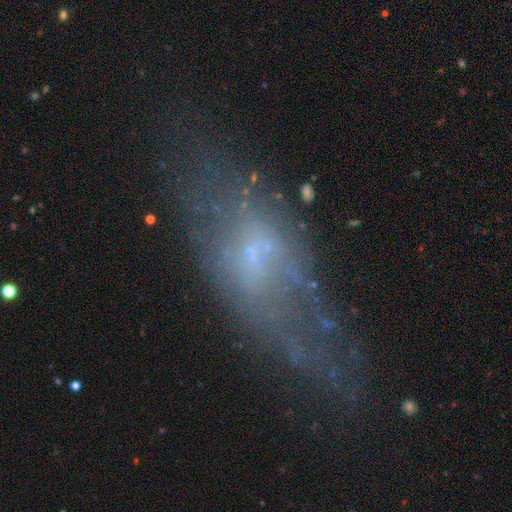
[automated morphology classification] smooth_or_featured: featured or disk (p=0.55) [alt: smooth p=0.31]
disk_edge_on: no (p=0.75) [alt: yes p=0.25]
merging: none (p=0.52) [alt: minor disturbance p=0.24]